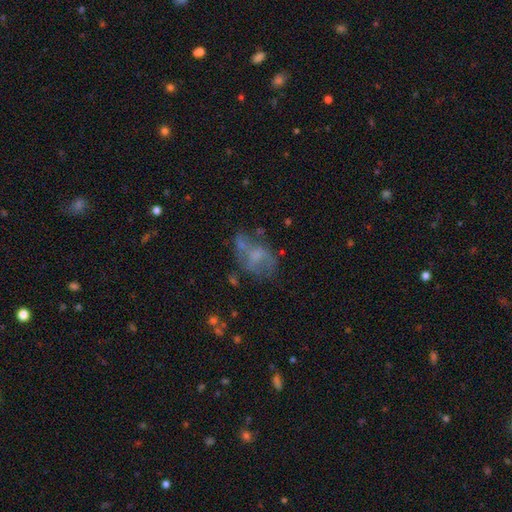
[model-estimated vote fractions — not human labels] Q: Smooth or featured?
A: featured or disk (51%); runner-up: smooth (36%)
Q: Edge-on disk?
A: no (96%); runner-up: yes (4%)
Q: Merging?
A: none (38%); runner-up: major disturbance (26%)